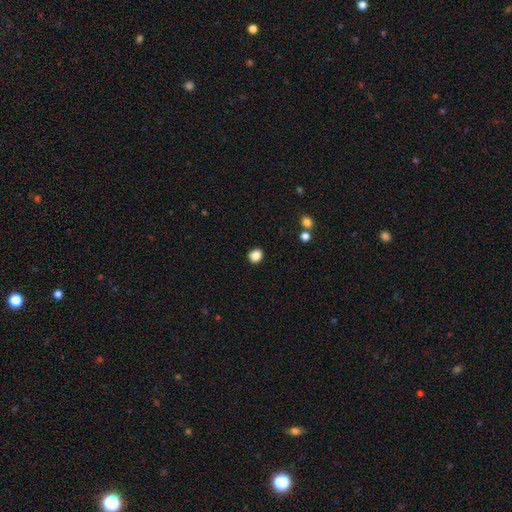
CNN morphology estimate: type=smooth (86%); roundness=round (70%); merging=none (88%).